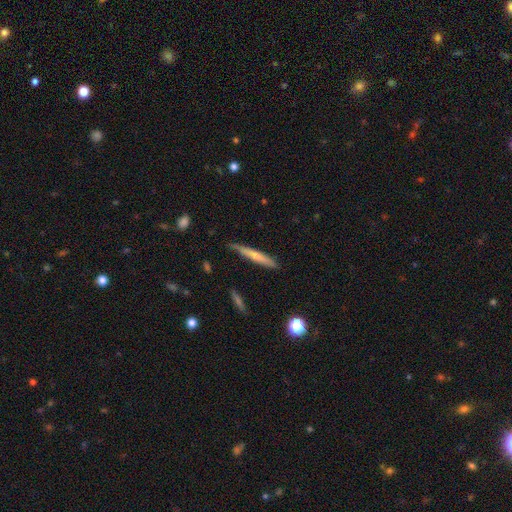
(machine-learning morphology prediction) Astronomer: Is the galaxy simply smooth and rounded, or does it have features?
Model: smooth — 62%.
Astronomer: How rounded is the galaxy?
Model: cigar-shaped — 94%.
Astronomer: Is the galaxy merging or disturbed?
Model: none — 78%.